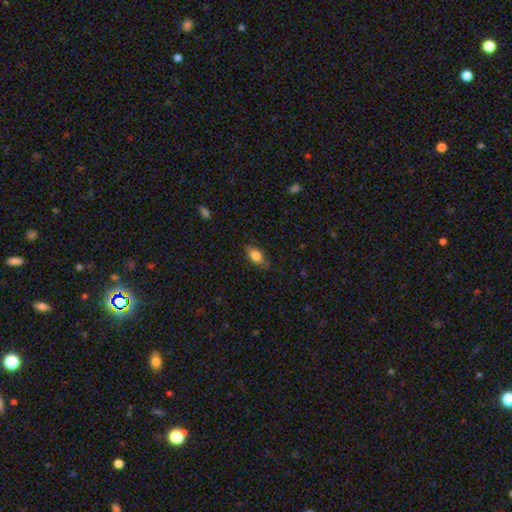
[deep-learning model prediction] This is clearly a smooth galaxy (80%). How rounded: clearly in between (85%). Merging: likely none (75%).